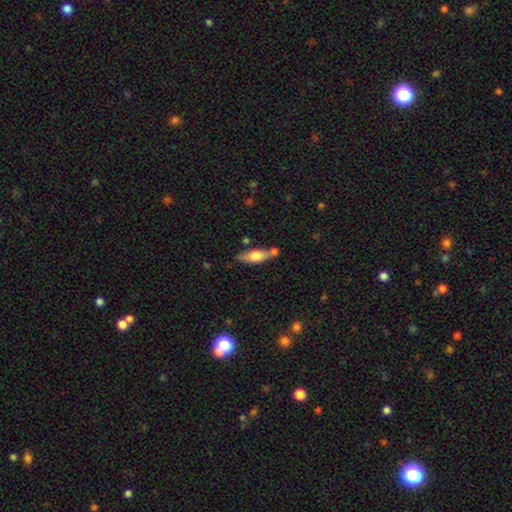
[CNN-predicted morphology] smooth_or_featured: smooth (p=0.59) [alt: featured or disk p=0.35]
how_rounded: in between (p=0.50) [alt: cigar-shaped p=0.47]
merging: none (p=0.61) [alt: merger p=0.17]